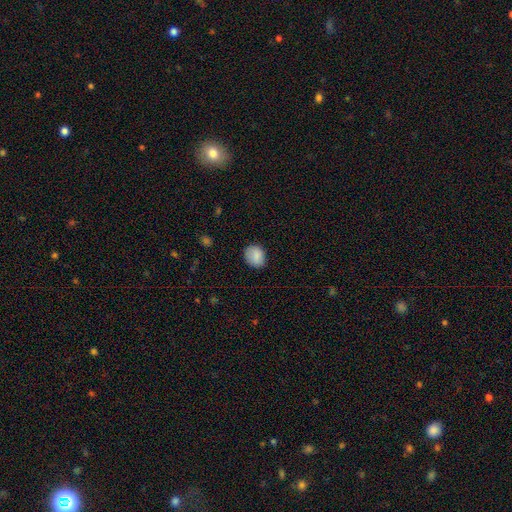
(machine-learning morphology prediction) The model was most divided on "how rounded": round: 63%, in between: 36%, cigar-shaped: 1%. More confident: smooth or featured — smooth (86%); merging — none (82%).